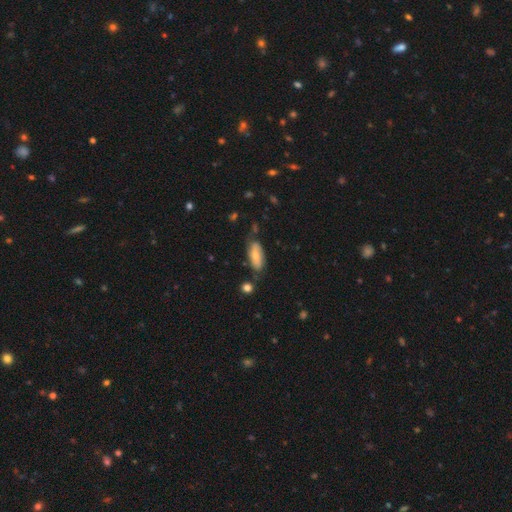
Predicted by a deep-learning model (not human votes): A smooth galaxy with no disk features (66%) that is in between round and cigar-shaped (80%). Merging: none (66%).